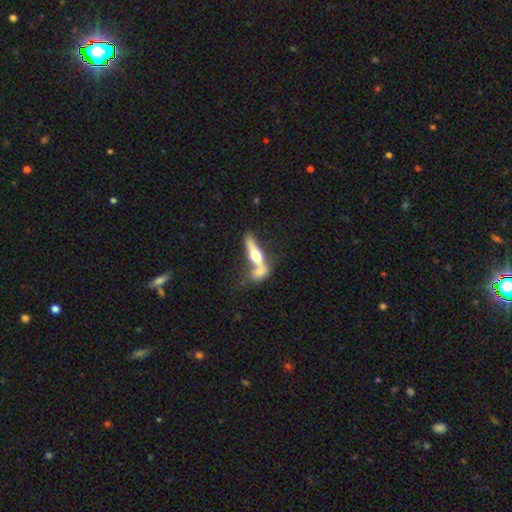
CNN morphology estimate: This is possibly a featured or disk galaxy (58%). It is clearly viewed edge-on (85%). Merging: possibly merger (50%).